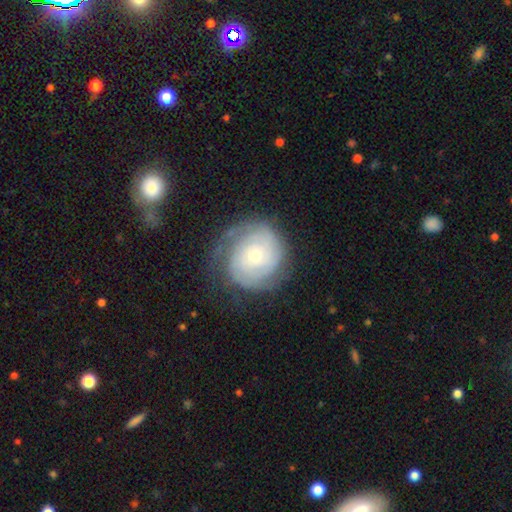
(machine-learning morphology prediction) This appears to be a featured or disk galaxy (77%) with no bar (76%), 2 (36%) tight (73%) spiral arms (93%) and a small central bulge (66%). Merging: none (67%).